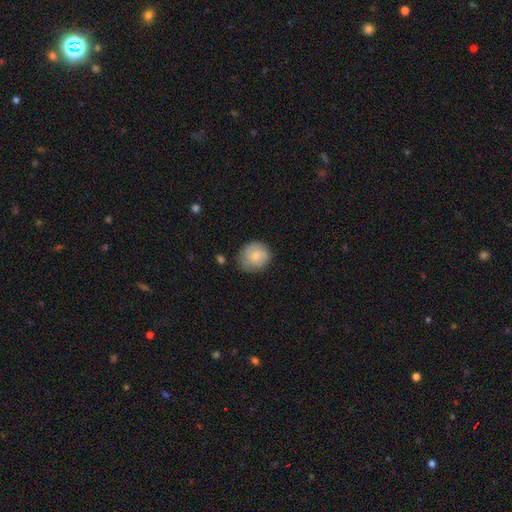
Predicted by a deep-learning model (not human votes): A smooth galaxy with no disk features (74%) that is round (84%).

Vote fractions:
- Smooth or featured? smooth: 74% / featured or disk: 19% / star or artifact: 7%
- How rounded? round: 84% / in between: 16% / cigar-shaped: 1%
- Merging? none: 73% / minor disturbance: 20% / major disturbance: 4% / merger: 2%